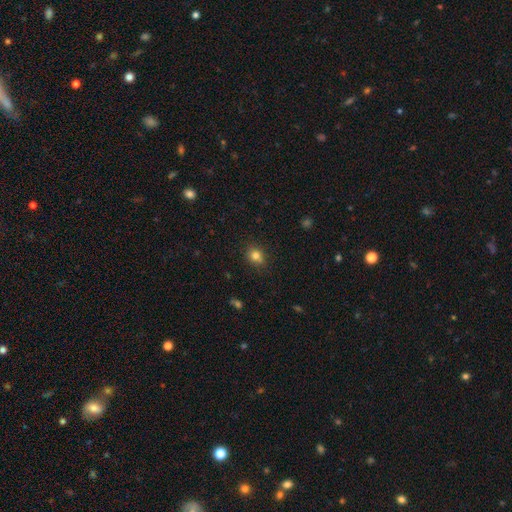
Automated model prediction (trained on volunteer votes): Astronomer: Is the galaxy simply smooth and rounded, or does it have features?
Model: smooth — 80%.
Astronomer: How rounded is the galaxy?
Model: round — 69%.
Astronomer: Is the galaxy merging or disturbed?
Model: none — 80%.